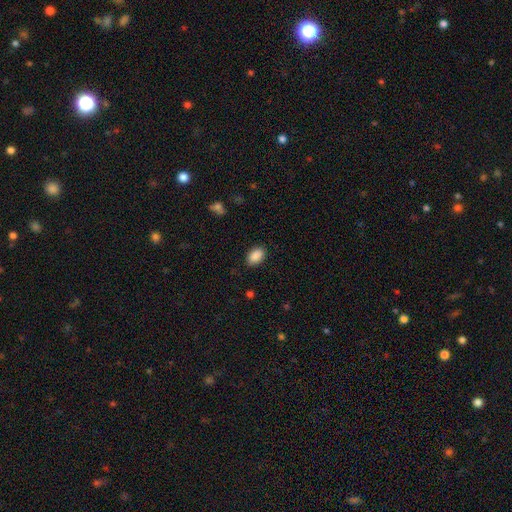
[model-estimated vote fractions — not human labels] The model was most divided on "merging": none: 87%, minor disturbance: 10%, major disturbance: 2%, merger: 1%. More confident: how rounded — in between (90%); smooth or featured — smooth (89%).